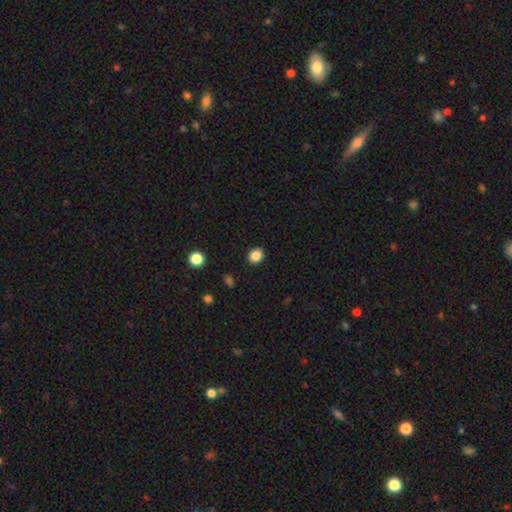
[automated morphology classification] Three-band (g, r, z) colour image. It shows a smooth galaxy with no disk features (87%) that is round (64%). Merging: none (90%).